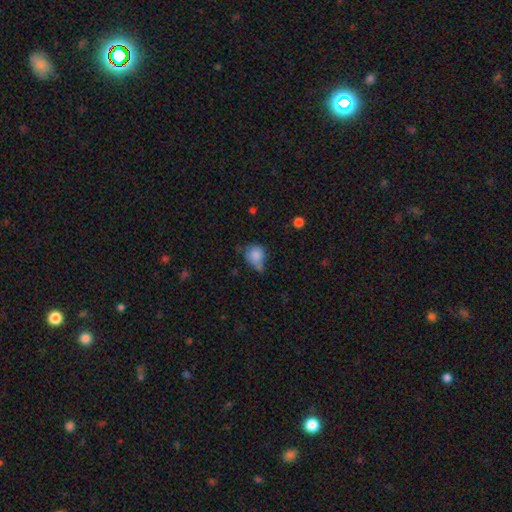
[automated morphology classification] smooth-or-featured: smooth: 80% | featured or disk: 10% | star or artifact: 9%
  how-rounded: round: 73% | in between: 25% | cigar-shaped: 1%
  merging: none: 37% | minor disturbance: 36% | major disturbance: 15% | merger: 12%